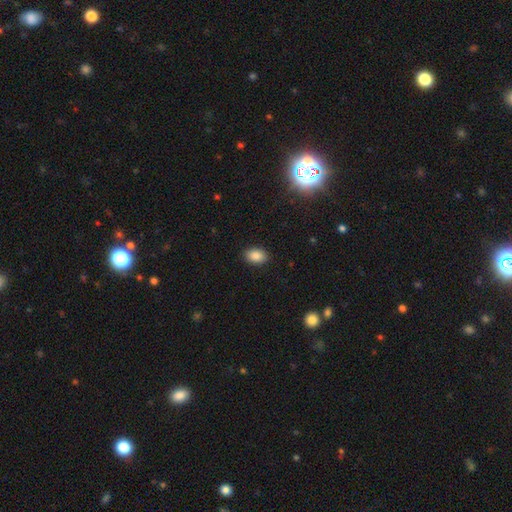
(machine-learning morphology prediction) Smooth or featured? Predicted: smooth (p=0.87). How rounded? Predicted: in between (p=0.85). Merging? Predicted: none (p=0.89).